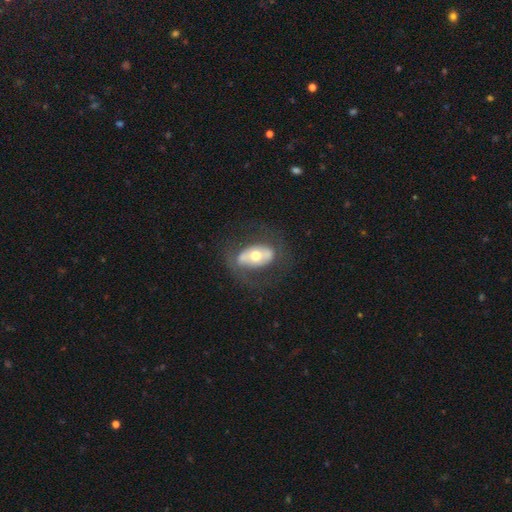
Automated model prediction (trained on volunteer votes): A featured or disk galaxy (56%) with no bar (59%), no spiral arms (60%) and a moderate central bulge (69%). Merging: none (65%).